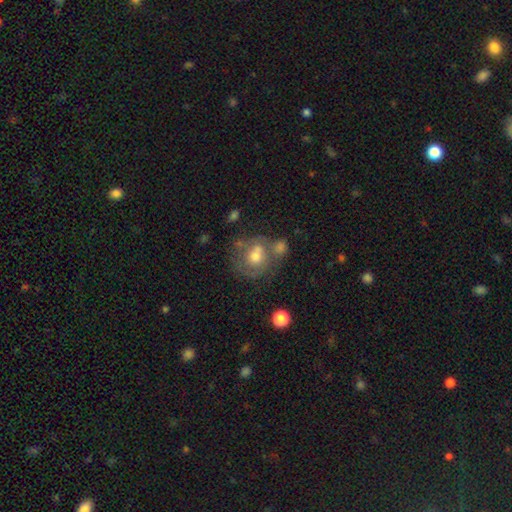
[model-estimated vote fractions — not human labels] A smooth galaxy with no disk features (50%).

Vote fractions:
- Smooth or featured? smooth: 50% / featured or disk: 41% / star or artifact: 9%
- Merging? none: 40% / merger: 32% / minor disturbance: 17% / major disturbance: 12%